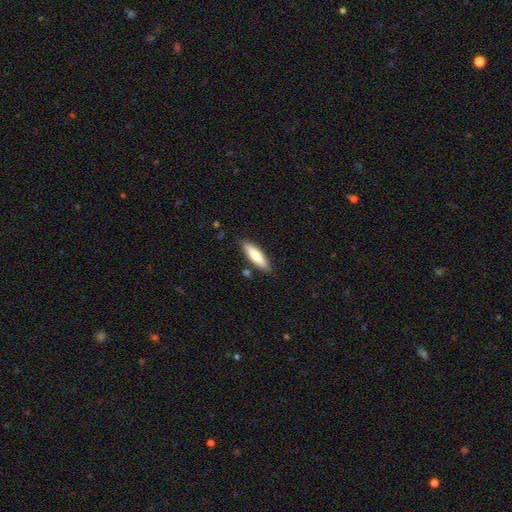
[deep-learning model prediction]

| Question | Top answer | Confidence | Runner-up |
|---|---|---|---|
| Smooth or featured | smooth | 74% | featured or disk (20%) |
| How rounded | cigar-shaped | 65% | in between (34%) |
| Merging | none | 85% | minor disturbance (11%) |